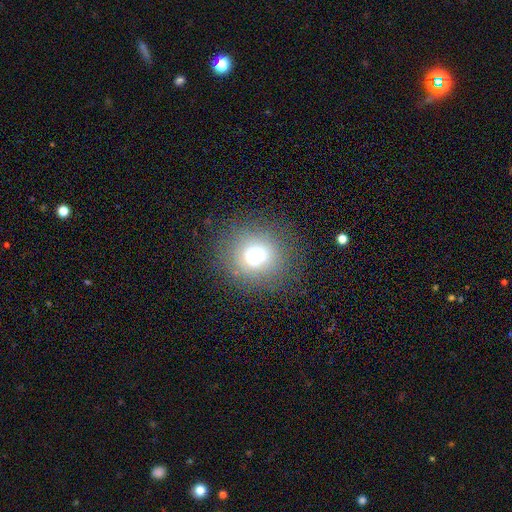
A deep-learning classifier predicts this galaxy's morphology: Smooth or featured?
  - smooth: 69% *
  - star or artifact: 19%
  - featured or disk: 12%
How rounded?
  - round: 91% *
  - in between: 8%
  - cigar-shaped: 1%
Merging?
  - none: 84% *
  - minor disturbance: 9%
  - major disturbance: 6%
  - merger: 1%